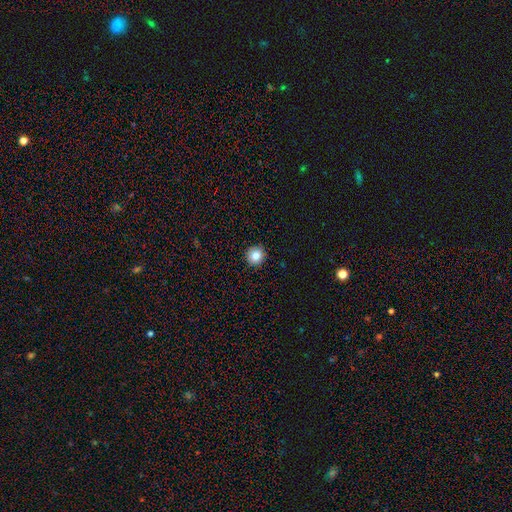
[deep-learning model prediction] Smooth or featured? smooth (81%)
How rounded? round (95%)
Merging? none (92%)